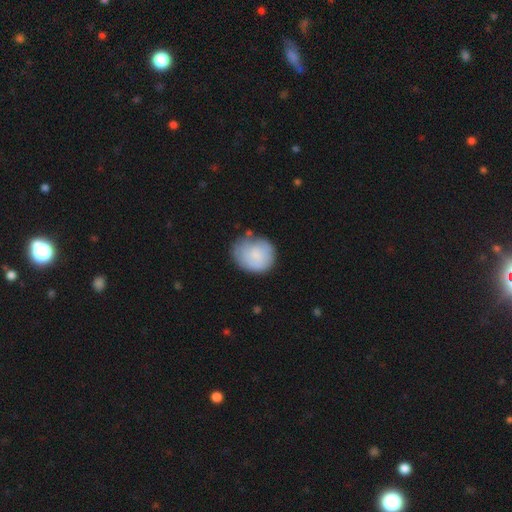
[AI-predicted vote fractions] A smooth galaxy with no disk features (72%) that is round (73%).

Vote fractions:
- Smooth or featured? smooth: 72% / featured or disk: 21% / star or artifact: 7%
- How rounded? round: 73% / in between: 26% / cigar-shaped: 1%
- Merging? none: 57% / minor disturbance: 29% / major disturbance: 10% / merger: 4%